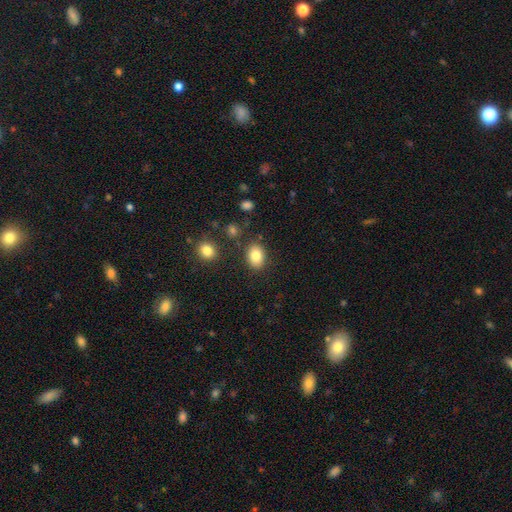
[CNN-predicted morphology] smooth-or-featured: smooth: 84% | star or artifact: 8% | featured or disk: 7%
  how-rounded: in between: 77% | round: 22% | cigar-shaped: 1%
  merging: none: 83% | minor disturbance: 10% | merger: 4% | major disturbance: 3%